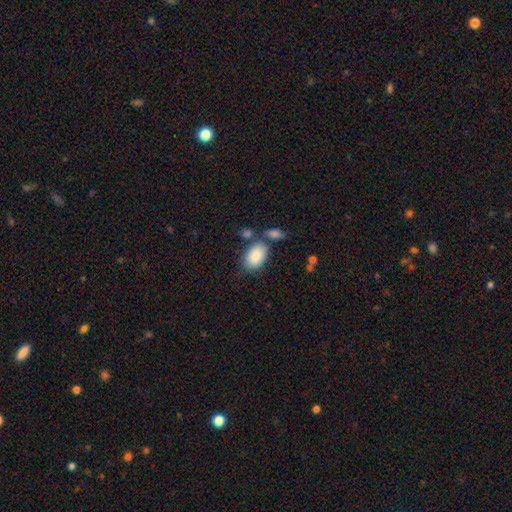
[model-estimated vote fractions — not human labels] Smooth or featured? Predicted: smooth (p=0.88). How rounded? Predicted: in between (p=0.90). Merging? Predicted: none (p=0.62).